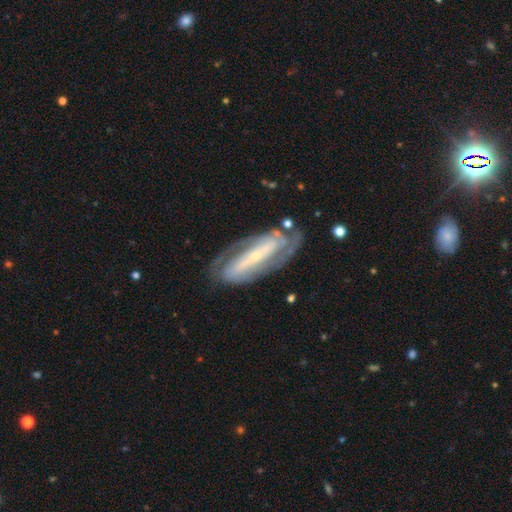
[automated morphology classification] The model was most divided on "spiral winding": tight: 52%, medium: 36%, loose: 12%. More confident: spiral arms — yes (93%); edge-on disk — no (89%); smooth or featured — featured or disk (85%); bulge size — small (77%); spiral arm count — 2 (77%); merging — none (76%); bar — strong (65%).